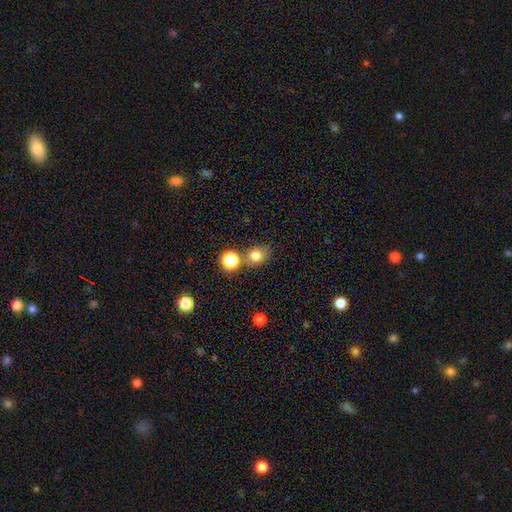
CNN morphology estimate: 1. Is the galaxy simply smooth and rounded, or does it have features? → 77% smooth, 15% star or artifact, 8% featured or disk.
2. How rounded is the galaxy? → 59% round, 40% in between, 1% cigar-shaped.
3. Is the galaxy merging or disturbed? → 67% none, 16% merger, 13% minor disturbance, 4% major disturbance.